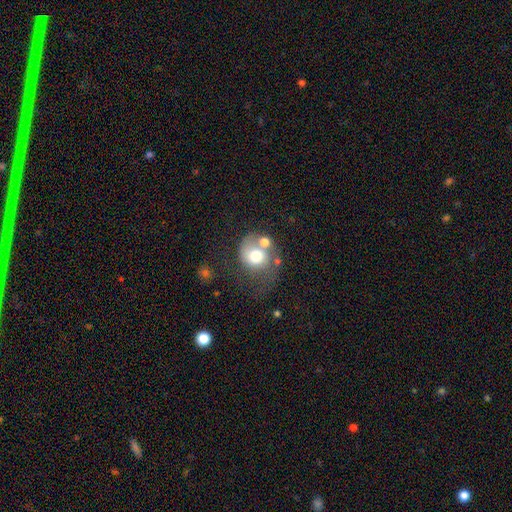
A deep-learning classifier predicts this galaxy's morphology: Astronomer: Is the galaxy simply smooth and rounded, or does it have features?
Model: smooth — 58%.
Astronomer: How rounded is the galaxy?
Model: round — 71%.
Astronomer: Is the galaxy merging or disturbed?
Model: none — 30% (runner-up: major disturbance, 26%).